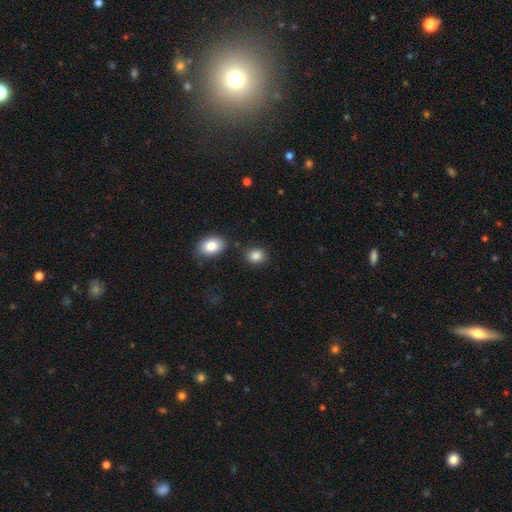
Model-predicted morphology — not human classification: A smooth galaxy with no disk features (87%) that is round (58%).

Vote fractions:
- Smooth or featured? smooth: 87% / star or artifact: 9% / featured or disk: 5%
- How rounded? round: 58% / in between: 41% / cigar-shaped: 1%
- Merging? none: 81% / minor disturbance: 10% / merger: 6% / major disturbance: 3%